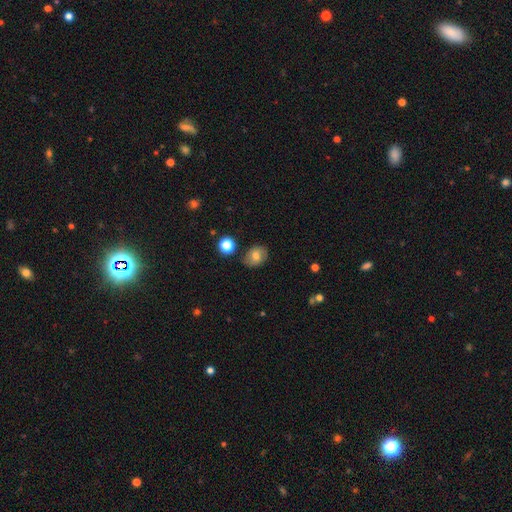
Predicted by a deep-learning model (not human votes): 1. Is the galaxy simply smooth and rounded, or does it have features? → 70% smooth, 19% featured or disk, 11% star or artifact.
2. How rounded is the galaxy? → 56% in between, 43% round, 1% cigar-shaped.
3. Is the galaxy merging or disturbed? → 79% none, 14% minor disturbance, 3% major disturbance, 3% merger.